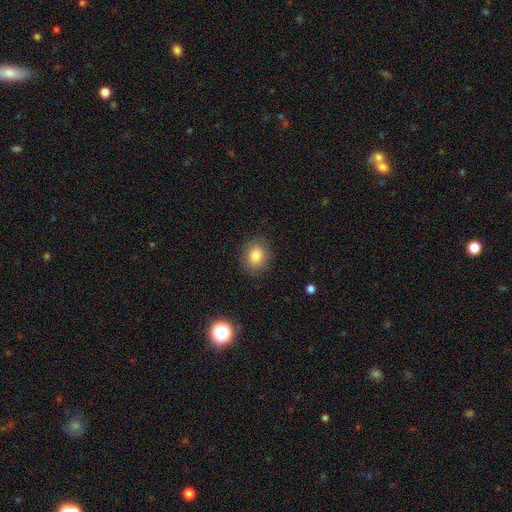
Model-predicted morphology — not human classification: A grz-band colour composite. It shows a smooth galaxy with no disk features (82%) that is round (59%). Merging: none (87%).